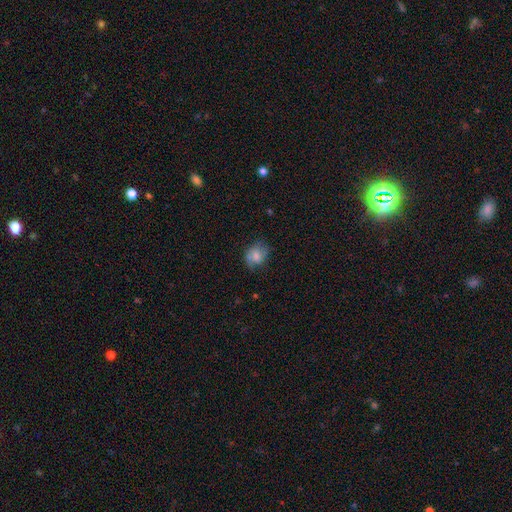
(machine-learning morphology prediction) This is likely a smooth galaxy (69%). How rounded: possibly in between (53%). Merging: possibly none (56%).